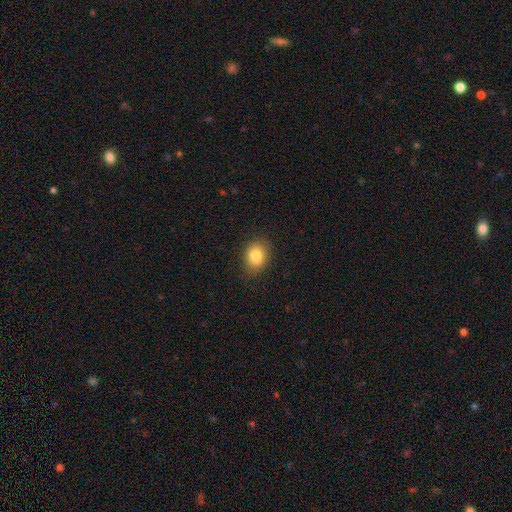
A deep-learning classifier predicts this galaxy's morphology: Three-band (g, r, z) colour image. It shows a smooth galaxy with no disk features (83%) that is in between round and cigar-shaped (52%). Merging: none (86%).